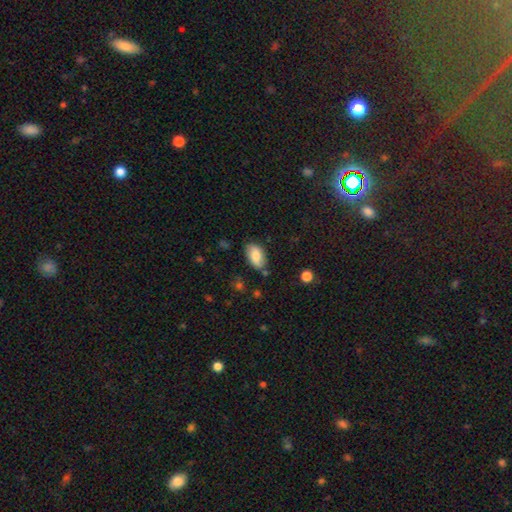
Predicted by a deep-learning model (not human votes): smooth_or_featured: smooth (p=0.78) [alt: featured or disk p=0.14]
how_rounded: in between (p=0.92) [alt: round p=0.05]
merging: none (p=0.75) [alt: minor disturbance p=0.18]